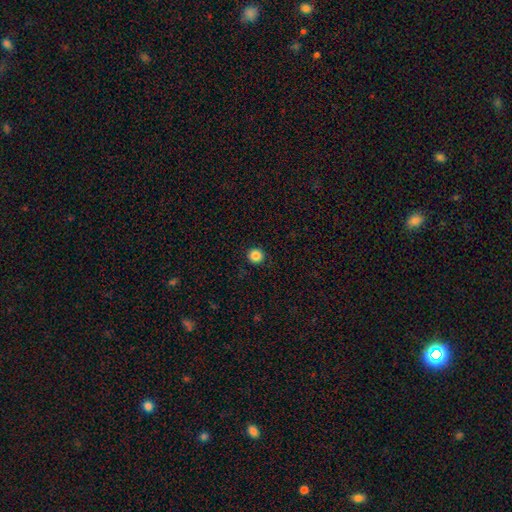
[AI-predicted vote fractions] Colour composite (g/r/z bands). It shows a smooth galaxy with no disk features (86%) that is round (95%). Merging: none (93%).